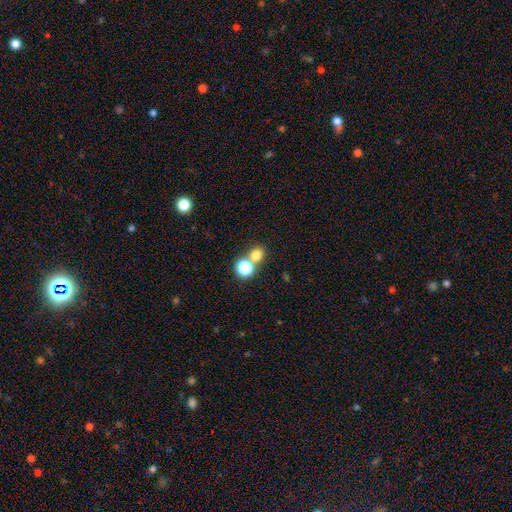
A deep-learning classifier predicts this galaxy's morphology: smooth_or_featured: smooth (p=0.74) [alt: star or artifact p=0.18]
how_rounded: round (p=0.71) [alt: in between p=0.27]
merging: none (p=0.52) [alt: merger p=0.38]